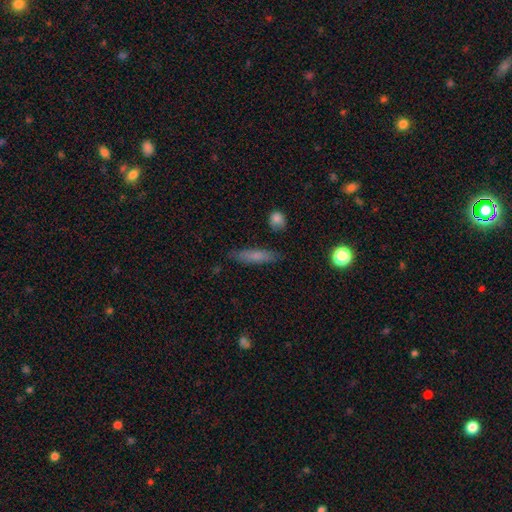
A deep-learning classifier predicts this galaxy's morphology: Smooth or featured? smooth (72%)
How rounded? cigar-shaped (79%)
Merging? none (82%)